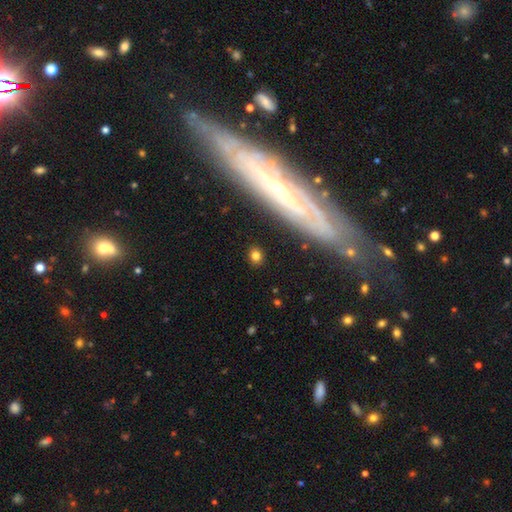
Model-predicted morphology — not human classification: A smooth galaxy with no disk features (76%) that is round (67%). Merging: none (86%).